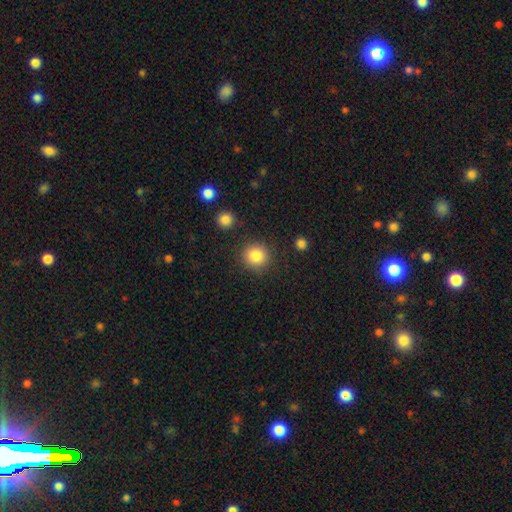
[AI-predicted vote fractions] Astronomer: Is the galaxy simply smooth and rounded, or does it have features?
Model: smooth — 85%.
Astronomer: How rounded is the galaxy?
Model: round — 93%.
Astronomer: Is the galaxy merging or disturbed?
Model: none — 88%.